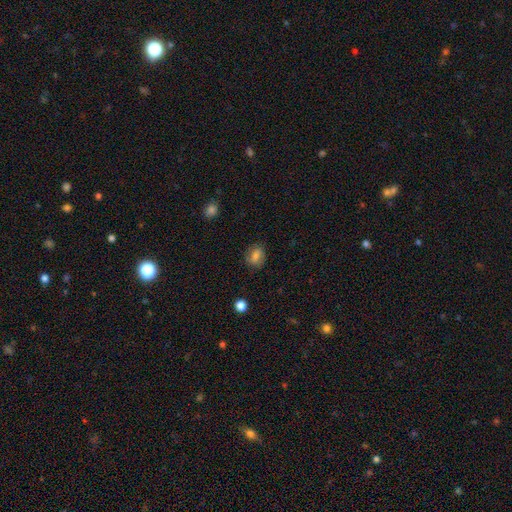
Morphology: type=smooth (81%); roundness=in between (60%); merging=none (82%).